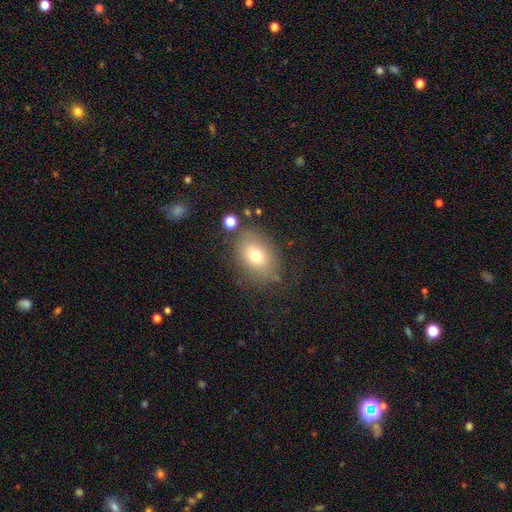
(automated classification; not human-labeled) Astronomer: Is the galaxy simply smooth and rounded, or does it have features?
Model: smooth — 72%.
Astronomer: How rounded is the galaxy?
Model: in between — 72%.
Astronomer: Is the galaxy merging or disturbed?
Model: none — 72%.